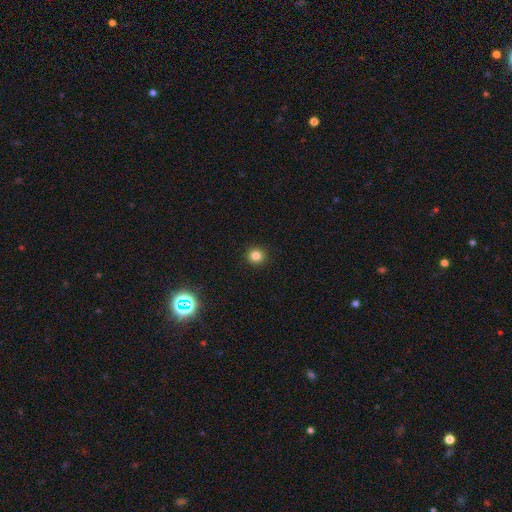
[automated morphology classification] This appears to be a smooth galaxy with no disk features (82%) that is round (94%). Merging: none (93%).